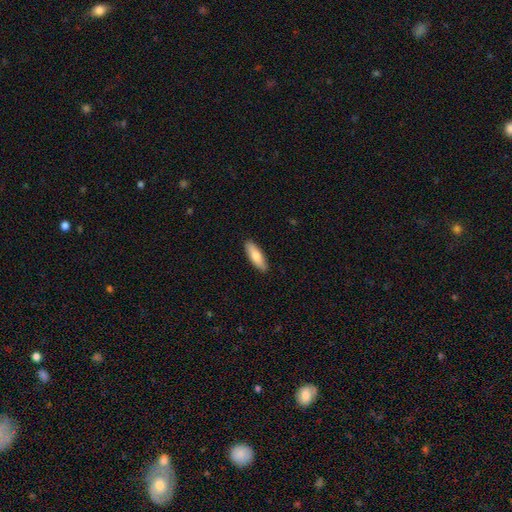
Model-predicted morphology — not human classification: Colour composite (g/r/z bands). It shows a smooth galaxy with no disk features (76%) that is cigar-shaped (51%). Merging: none (90%).